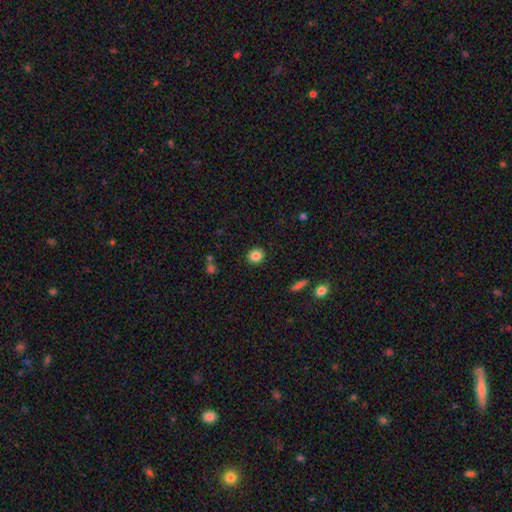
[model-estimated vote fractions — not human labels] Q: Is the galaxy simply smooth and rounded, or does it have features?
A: smooth — 85%.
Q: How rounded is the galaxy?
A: round — 82%.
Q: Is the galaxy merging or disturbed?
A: none — 91%.